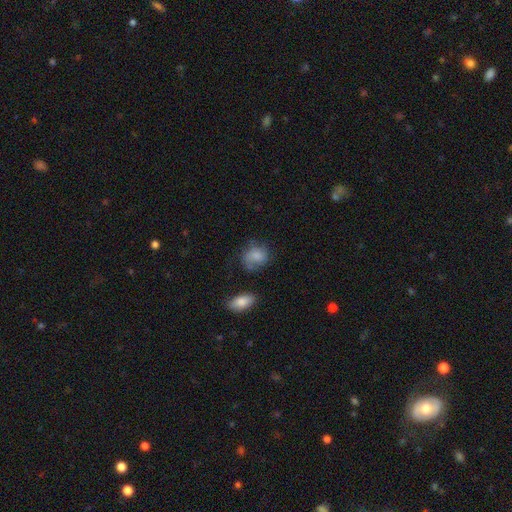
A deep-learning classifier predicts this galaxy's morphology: Smooth or featured: smooth — 76% (featured or disk — 16%)
How rounded: in between — 51% (round — 47%)
Merging: none — 48% (minor disturbance — 28%)